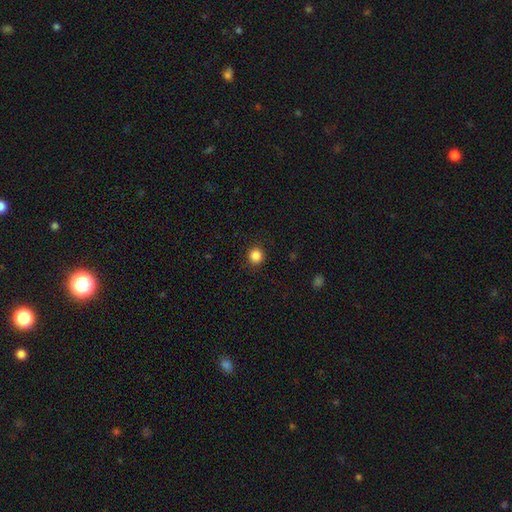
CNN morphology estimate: Smooth or featured: smooth — 86% (star or artifact — 11%)
How rounded: round — 92% (in between — 8%)
Merging: none — 91% (minor disturbance — 6%)